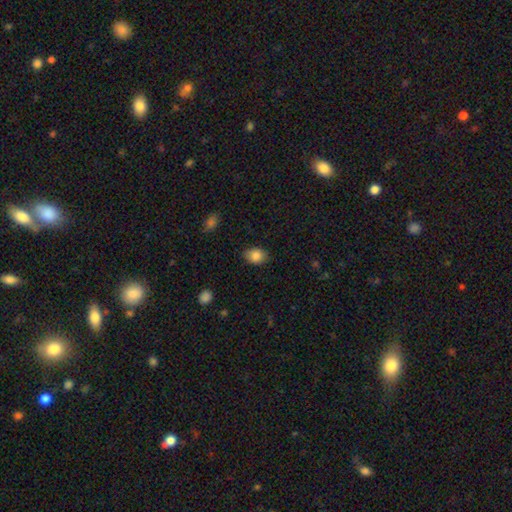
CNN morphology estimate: Smooth or featured? Predicted: smooth (p=0.85). How rounded? Predicted: in between (p=0.68). Merging? Predicted: none (p=0.82).